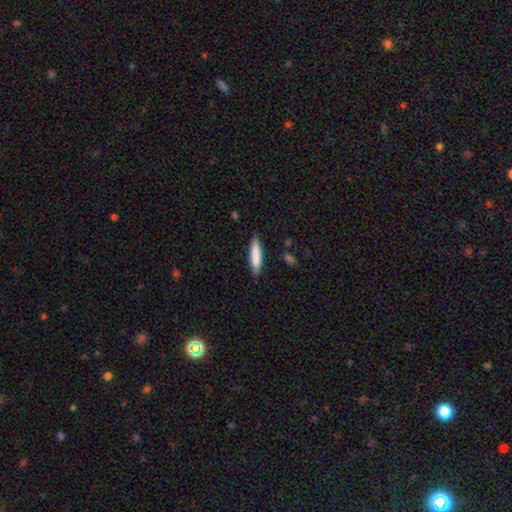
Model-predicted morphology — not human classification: smooth-or-featured: smooth: 83% | featured or disk: 11% | star or artifact: 5%
  how-rounded: cigar-shaped: 77% | in between: 22% | round: 1%
  merging: none: 86% | minor disturbance: 11% | major disturbance: 2% | merger: 1%